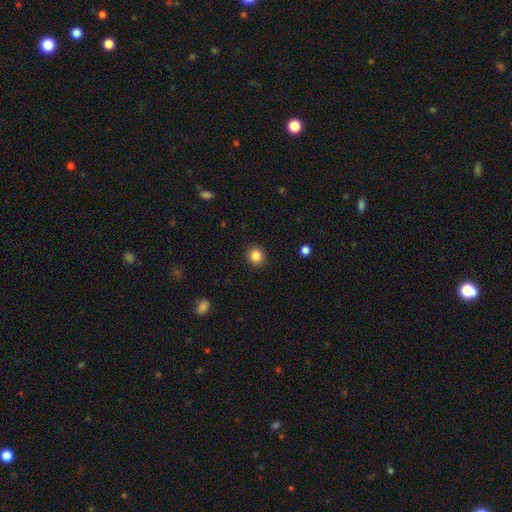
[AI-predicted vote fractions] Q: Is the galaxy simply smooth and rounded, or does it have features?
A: smooth — 85%.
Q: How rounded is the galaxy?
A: round — 84%.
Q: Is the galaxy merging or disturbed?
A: none — 92%.